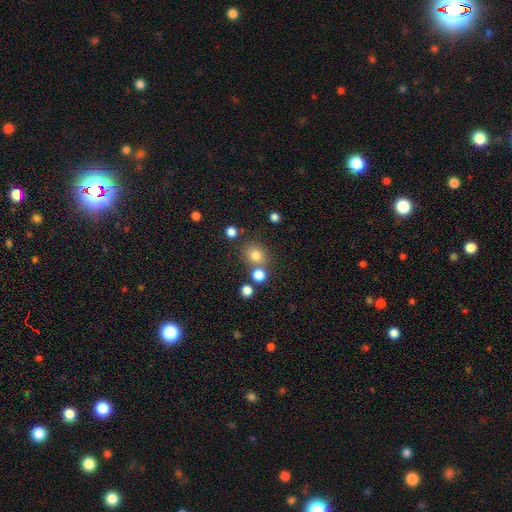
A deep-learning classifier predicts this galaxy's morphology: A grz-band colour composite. It shows a smooth galaxy with no disk features (78%) that is round (83%). Merging: none (71%).